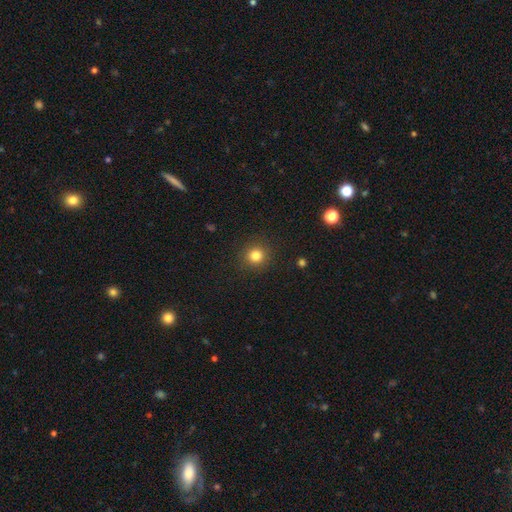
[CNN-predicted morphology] Smooth or featured? Predicted: smooth (p=0.82). How rounded? Predicted: round (p=0.92). Merging? Predicted: none (p=0.90).